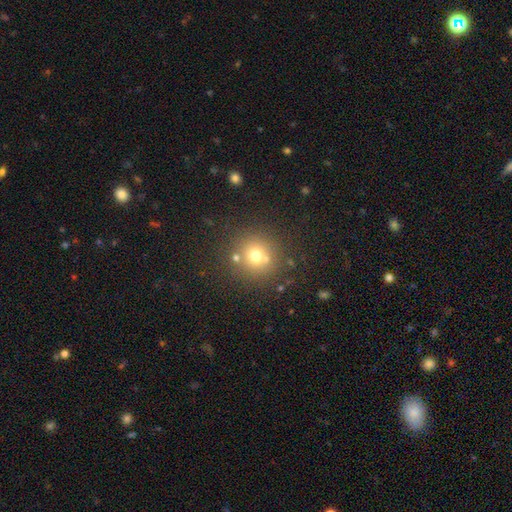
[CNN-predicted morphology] smooth 68%, star or artifact 19%, featured or disk 14%. Down the decision tree: how rounded — round (93%); merging — none (74%).